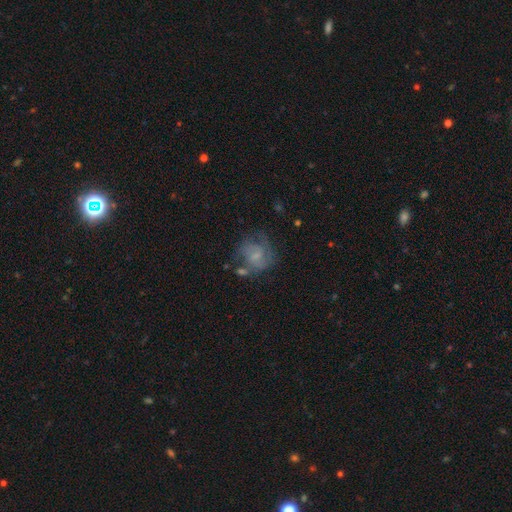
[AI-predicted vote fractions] Smooth or featured? Predicted: featured or disk (p=0.57). Edge-on disk? Predicted: no (p=0.98). Bar? Predicted: no (p=0.58). Spiral arms? Predicted: yes (p=0.75). Bulge size? Predicted: small (p=0.49). Merging? Predicted: none (p=0.48).